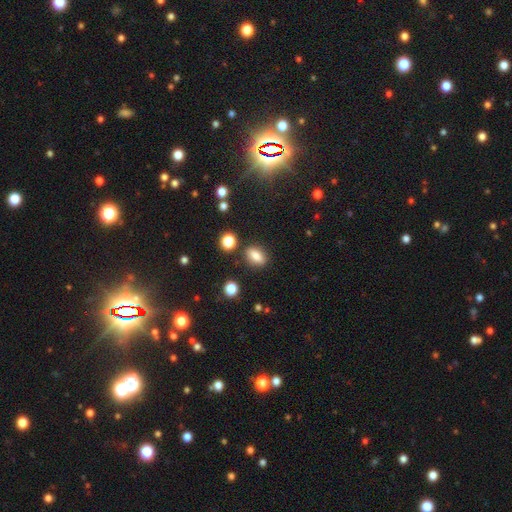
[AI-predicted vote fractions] The model was most divided on "how rounded": in between: 73%, round: 15%, cigar-shaped: 11%. More confident: merging — none (83%); smooth or featured — smooth (78%).